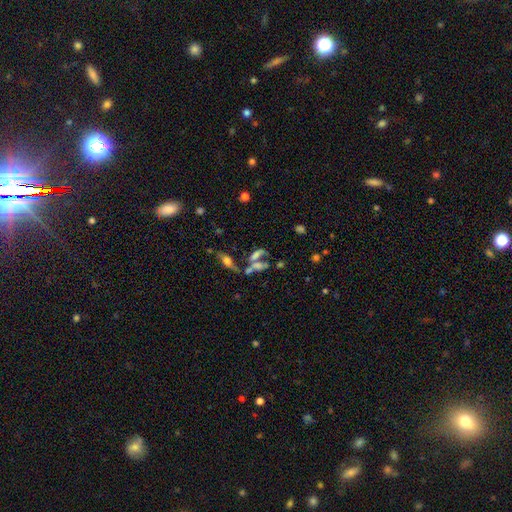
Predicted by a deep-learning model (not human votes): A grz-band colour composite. It shows a smooth galaxy with no disk features (43%). Merging: merger (40%).